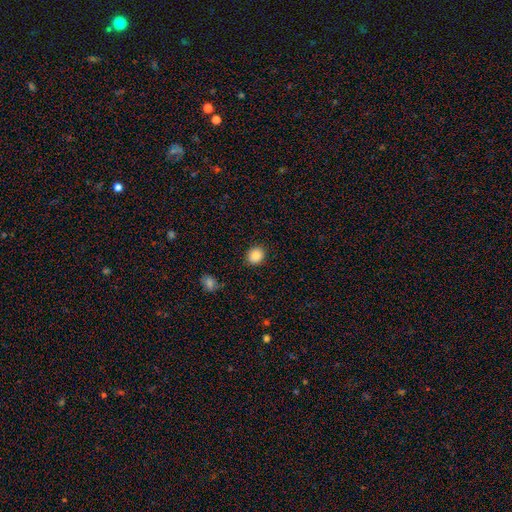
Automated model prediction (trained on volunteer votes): smooth 86%, star or artifact 9%, featured or disk 4%. Down the decision tree: how rounded — round (74%); merging — none (89%).